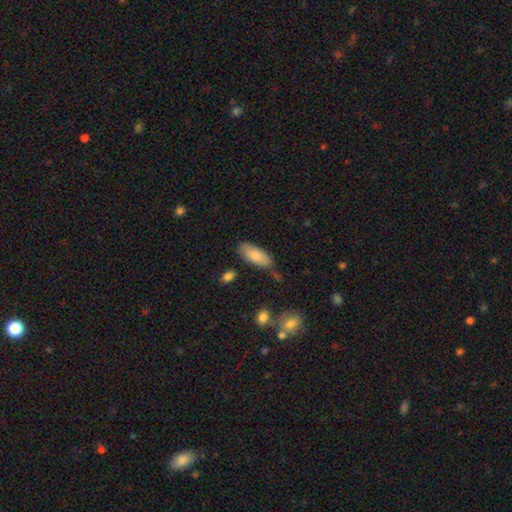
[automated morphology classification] The model was most divided on "merging": none: 68%, minor disturbance: 22%, major disturbance: 5%, merger: 5%. More confident: how rounded — in between (85%); smooth or featured — smooth (83%).